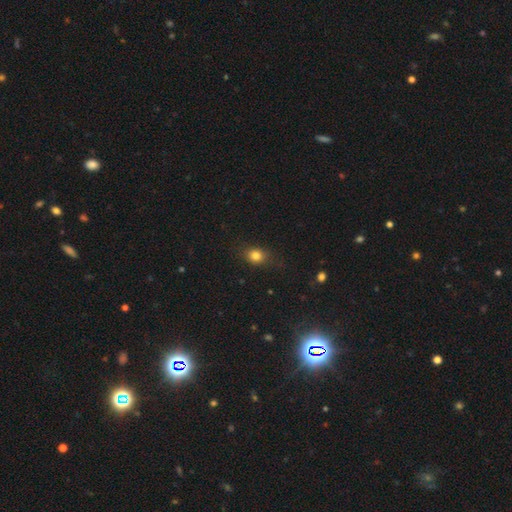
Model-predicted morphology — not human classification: smooth_or_featured: smooth (p=0.81) [alt: star or artifact p=0.12]
how_rounded: round (p=0.50) [alt: in between p=0.48]
merging: none (p=0.81) [alt: minor disturbance p=0.14]